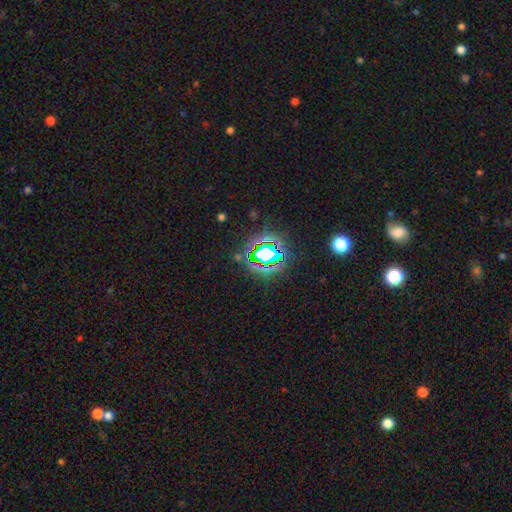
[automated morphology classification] This appears to be a star or artifact, not a galaxy (74%).